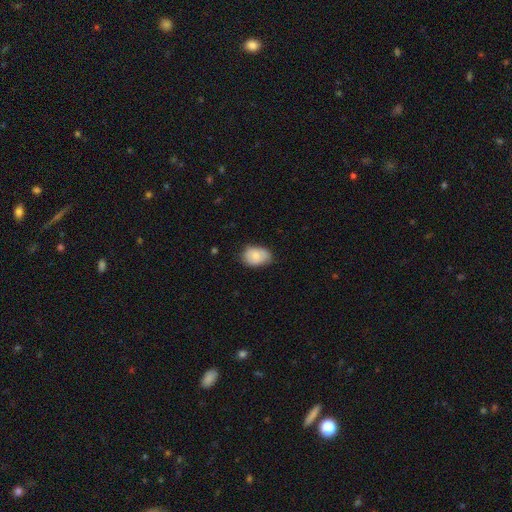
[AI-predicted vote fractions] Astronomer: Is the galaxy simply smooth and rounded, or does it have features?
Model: smooth — 79%.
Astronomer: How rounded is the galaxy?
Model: in between — 80%.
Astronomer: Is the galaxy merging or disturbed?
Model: none — 64%.